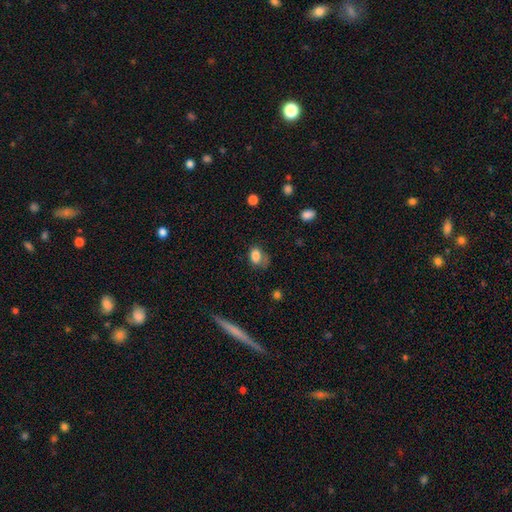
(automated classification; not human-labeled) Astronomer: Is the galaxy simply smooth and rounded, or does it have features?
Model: smooth — 81%.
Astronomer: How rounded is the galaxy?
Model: in between — 77%.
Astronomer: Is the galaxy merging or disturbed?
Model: none — 46% (runner-up: minor disturbance, 31%).